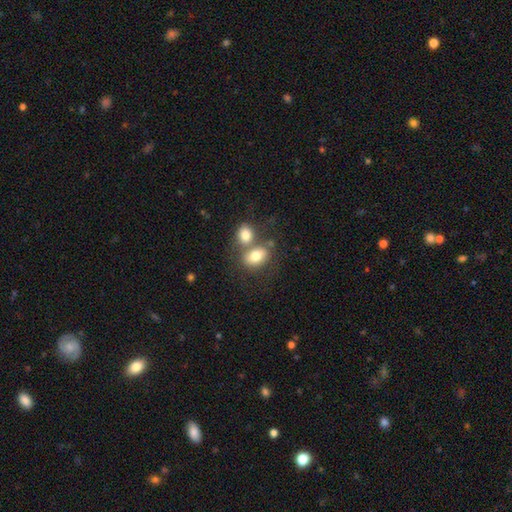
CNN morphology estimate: Smooth or featured?
  - smooth: 76% *
  - featured or disk: 15%
  - star or artifact: 9%
How rounded?
  - in between: 75% *
  - round: 24%
  - cigar-shaped: 1%
Merging?
  - merger: 50% *
  - none: 34%
  - minor disturbance: 10%
  - major disturbance: 5%